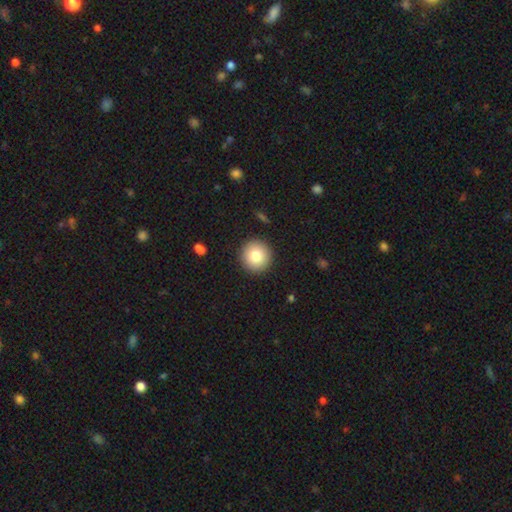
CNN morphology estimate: smooth-or-featured: smooth: 80% | featured or disk: 11% | star or artifact: 9%
  how-rounded: round: 96% | in between: 3% | cigar-shaped: 1%
  merging: none: 92% | minor disturbance: 5% | major disturbance: 2% | merger: 1%